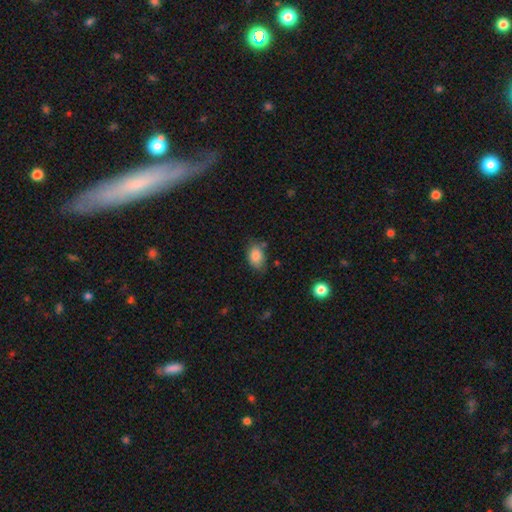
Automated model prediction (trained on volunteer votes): This is clearly a smooth galaxy (86%). How rounded: clearly in between (82%). Merging: likely none (67%).